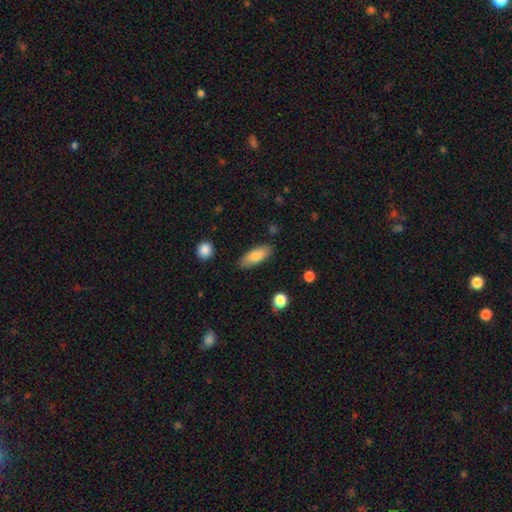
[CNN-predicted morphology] Smooth or featured? smooth (81%)
How rounded? in between (72%)
Merging? none (83%)